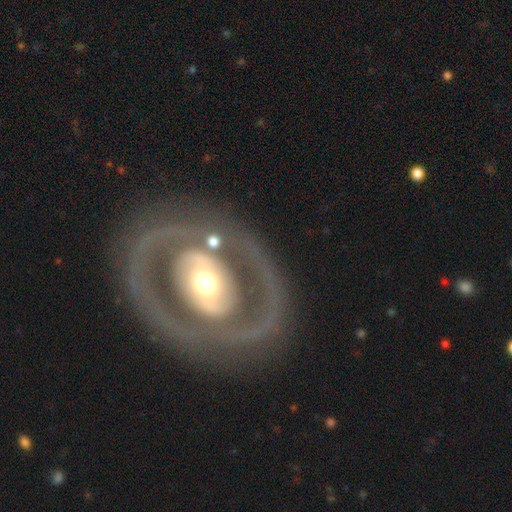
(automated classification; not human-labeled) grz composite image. It shows a featured or disk galaxy (80%) with no bar (54%), spiral arms (50%, tied with no) and a moderate central bulge (65%). Merging: none (78%).